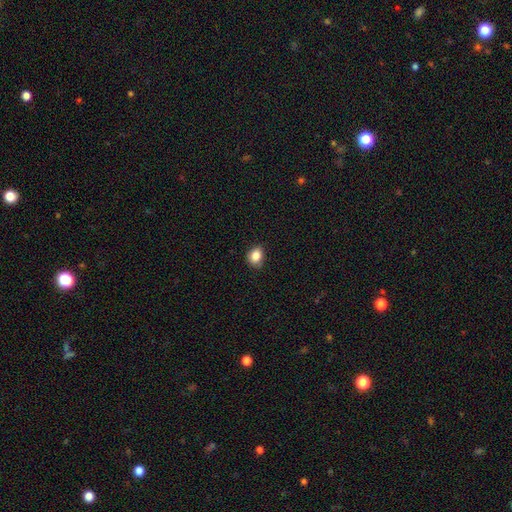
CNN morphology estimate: A smooth galaxy with no disk features (85%) that is round (54%).

Vote fractions:
- Smooth or featured? smooth: 85% / star or artifact: 10% / featured or disk: 5%
- How rounded? round: 54% / in between: 45% / cigar-shaped: 1%
- Merging? none: 81% / minor disturbance: 15% / major disturbance: 2% / merger: 1%